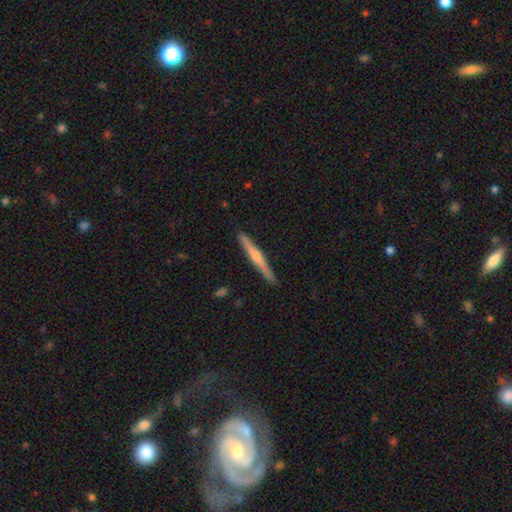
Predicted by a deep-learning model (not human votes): Morphology: type=featured or disk (72%); edge-on=yes (97%); edge-on bulge=rounded (81%); merging=none (87%).